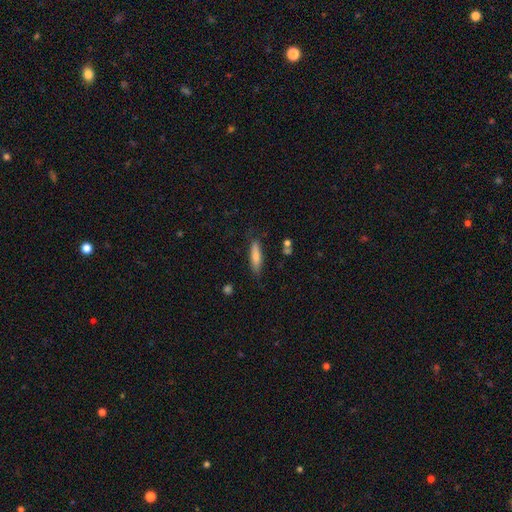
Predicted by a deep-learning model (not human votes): A smooth galaxy with no disk features (78%) that is cigar-shaped (71%).

Vote fractions:
- Smooth or featured? smooth: 78% / featured or disk: 16% / star or artifact: 6%
- How rounded? cigar-shaped: 71% / in between: 27% / round: 2%
- Merging? none: 79% / minor disturbance: 15% / major disturbance: 3% / merger: 2%